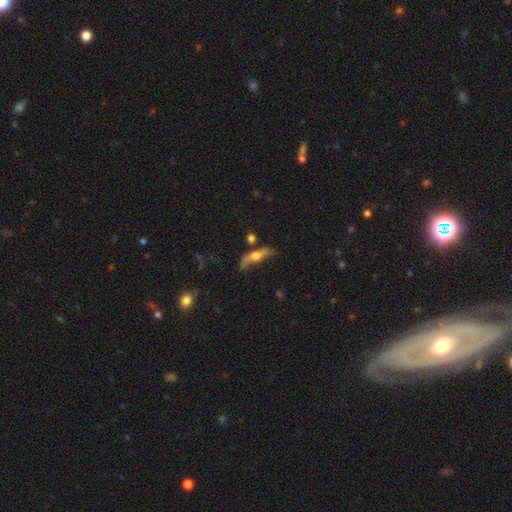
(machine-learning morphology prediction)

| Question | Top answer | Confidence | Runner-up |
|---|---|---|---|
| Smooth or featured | featured or disk | 48% | smooth (44%) |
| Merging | none | 42% | minor disturbance (26%) |